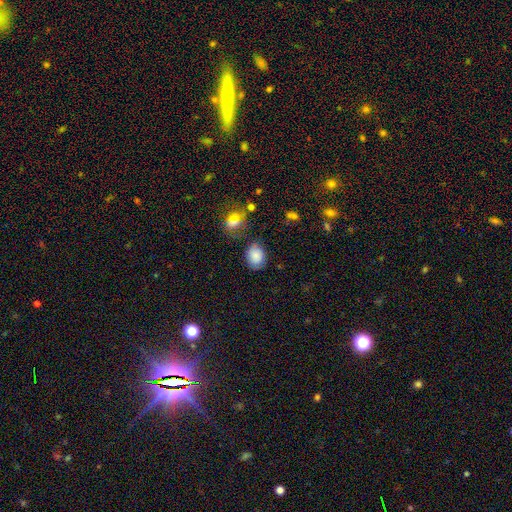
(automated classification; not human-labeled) Smooth or featured? Predicted: smooth (p=0.82). How rounded? Predicted: in between (p=0.61). Merging? Predicted: none (p=0.71).